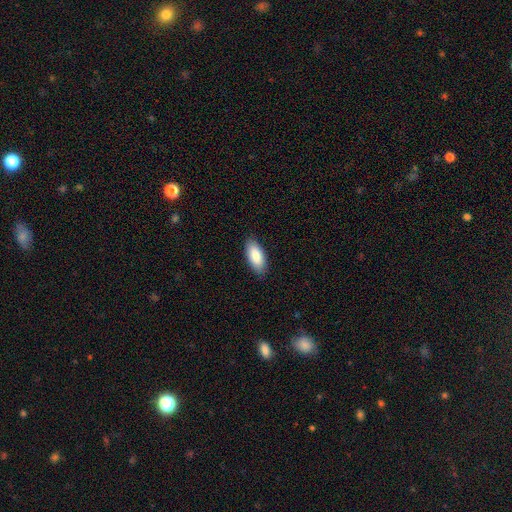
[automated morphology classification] Overall: smooth (87%). How rounded: in between (88%). Merging: none (88%).